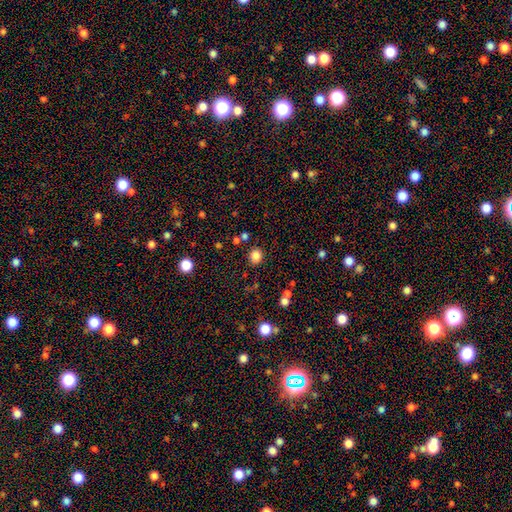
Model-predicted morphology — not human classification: A smooth galaxy with no disk features (83%) that is round (80%).

Vote fractions:
- Smooth or featured? smooth: 83% / star or artifact: 12% / featured or disk: 4%
- How rounded? round: 80% / in between: 19% / cigar-shaped: 1%
- Merging? none: 84% / minor disturbance: 8% / merger: 5% / major disturbance: 3%